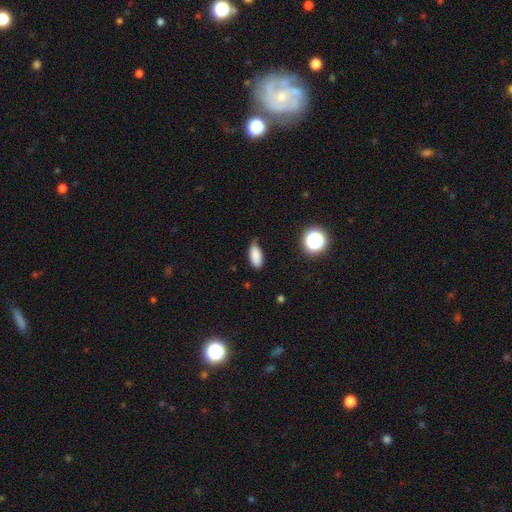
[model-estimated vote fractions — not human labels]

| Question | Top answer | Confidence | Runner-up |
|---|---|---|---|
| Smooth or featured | smooth | 85% | star or artifact (9%) |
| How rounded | in between | 86% | cigar-shaped (10%) |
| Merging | none | 67% | minor disturbance (27%) |